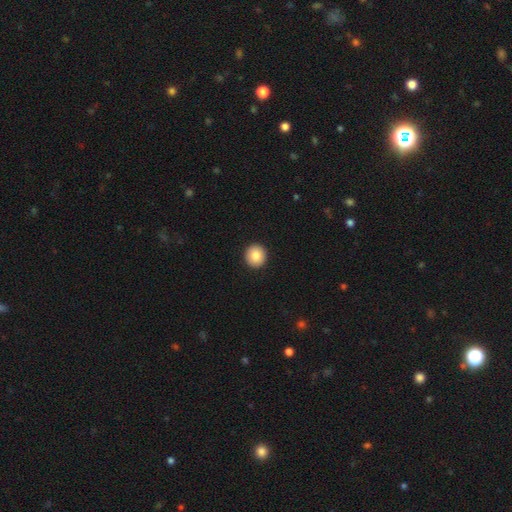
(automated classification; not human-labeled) Q: Smooth or featured?
A: smooth (84%); runner-up: star or artifact (8%)
Q: How rounded?
A: round (92%); runner-up: in between (7%)
Q: Merging?
A: none (94%); runner-up: minor disturbance (4%)